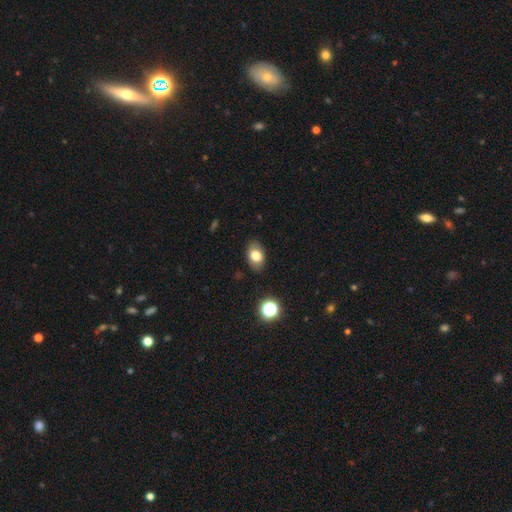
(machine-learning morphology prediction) Smooth or featured: smooth — 77% (featured or disk — 13%)
How rounded: in between — 84% (round — 15%)
Merging: none — 85% (minor disturbance — 11%)